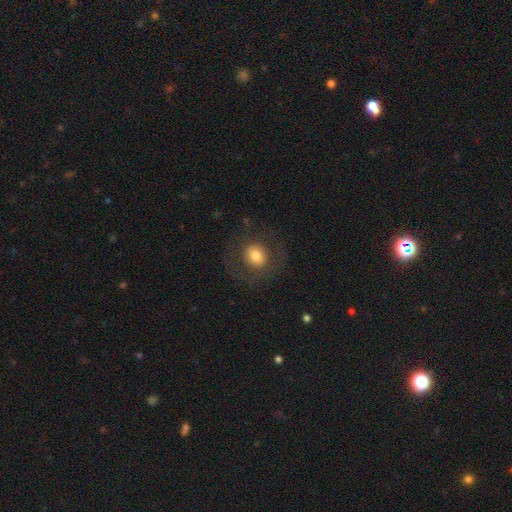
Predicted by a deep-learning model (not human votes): This appears to be a smooth galaxy with no disk features (69%) that is round (76%). Merging: none (77%).